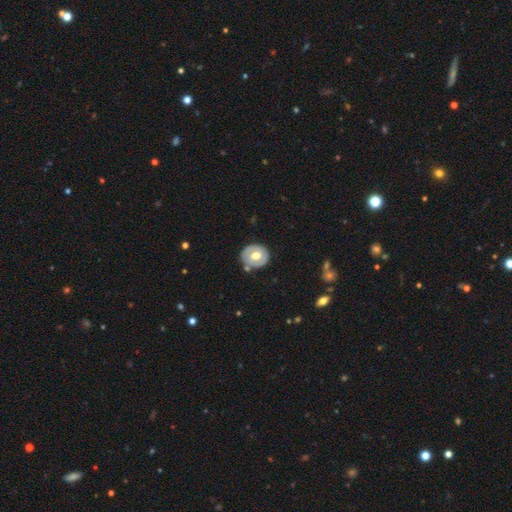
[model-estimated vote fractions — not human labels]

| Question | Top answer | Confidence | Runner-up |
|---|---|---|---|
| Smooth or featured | featured or disk | 51% | smooth (44%) |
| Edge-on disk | no | 95% | yes (5%) |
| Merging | none | 78% | minor disturbance (14%) |